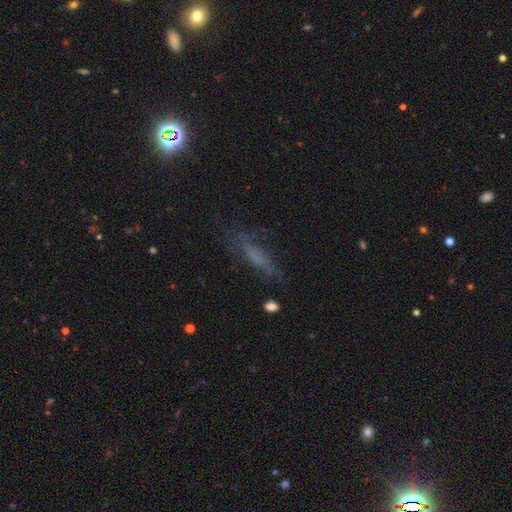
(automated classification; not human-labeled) smooth_or_featured: smooth (p=0.39) [tied with: featured or disk p=0.39]
merging: none (p=0.61) [alt: minor disturbance p=0.22]